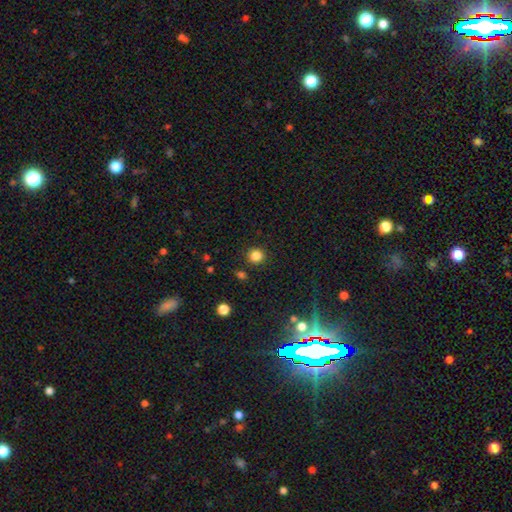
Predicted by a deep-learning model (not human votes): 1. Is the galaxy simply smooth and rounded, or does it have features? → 84% smooth, 12% star or artifact, 4% featured or disk.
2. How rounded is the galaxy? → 92% round, 7% in between, 1% cigar-shaped.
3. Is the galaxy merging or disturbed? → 89% none, 6% minor disturbance, 3% merger, 2% major disturbance.